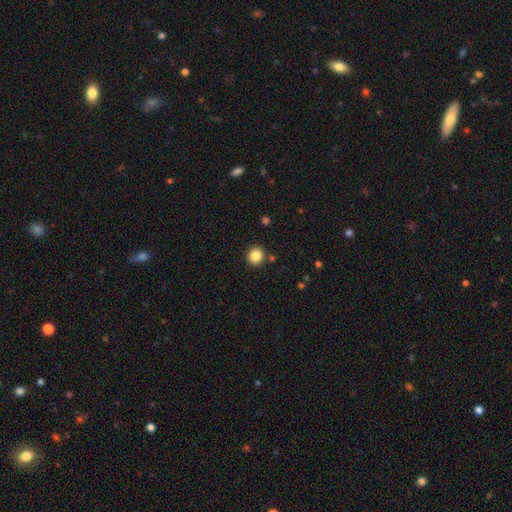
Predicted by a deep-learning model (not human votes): A smooth galaxy with no disk features (85%) that is round (90%). Merging: none (89%).